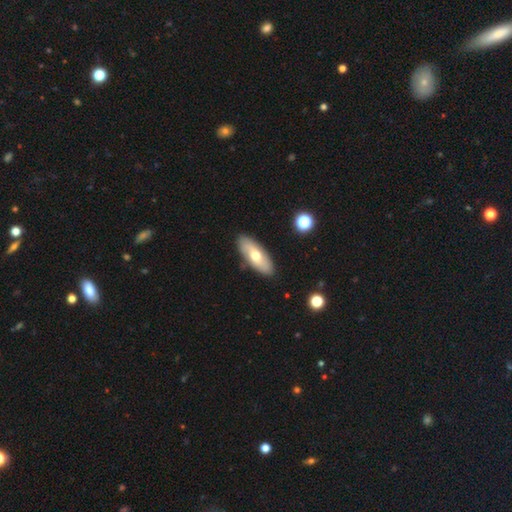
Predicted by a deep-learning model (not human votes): Smooth or featured: smooth — 55% (featured or disk — 39%)
How rounded: in between — 78% (cigar-shaped — 19%)
Merging: none — 86% (minor disturbance — 10%)